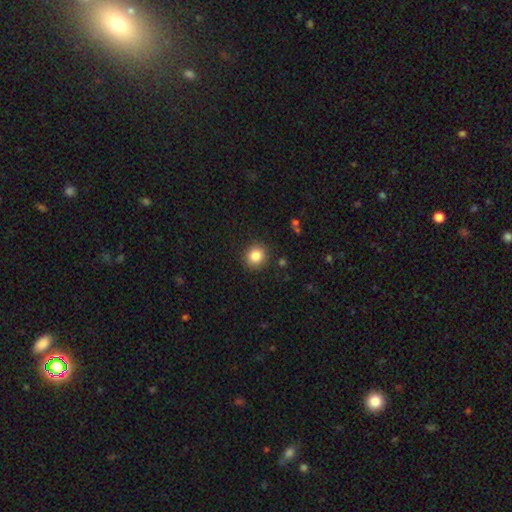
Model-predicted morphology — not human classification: Smooth or featured: smooth — 84% (star or artifact — 10%)
How rounded: round — 87% (in between — 12%)
Merging: none — 89% (minor disturbance — 7%)